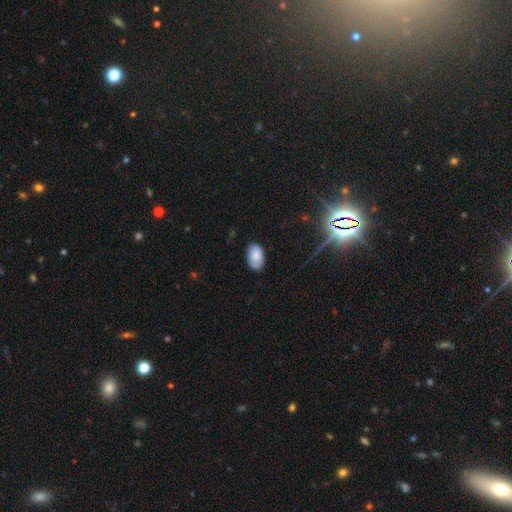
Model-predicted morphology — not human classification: Overall: smooth (83%). How rounded: in between (93%). Merging: none (81%).